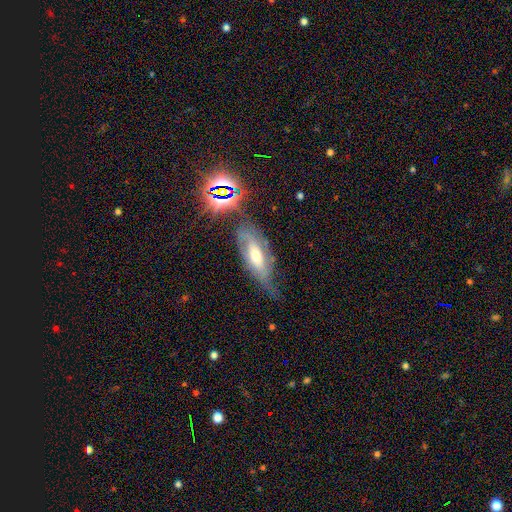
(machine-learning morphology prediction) This appears to be a featured or disk galaxy (59%). Merging: none (46%).